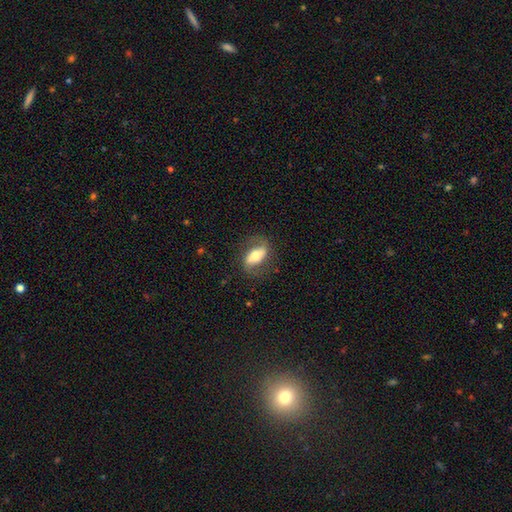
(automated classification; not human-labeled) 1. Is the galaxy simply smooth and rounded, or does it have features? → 60% featured or disk, 34% smooth, 6% star or artifact.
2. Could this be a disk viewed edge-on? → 87% no, 13% yes.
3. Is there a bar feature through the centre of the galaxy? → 47% strong, 27% no, 27% weak.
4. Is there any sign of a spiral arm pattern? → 78% yes, 22% no.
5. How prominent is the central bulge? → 59% moderate, 22% large, 14% small, 3% dominant, 2% none.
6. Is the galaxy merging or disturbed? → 74% none, 16% minor disturbance, 9% major disturbance, 1% merger.